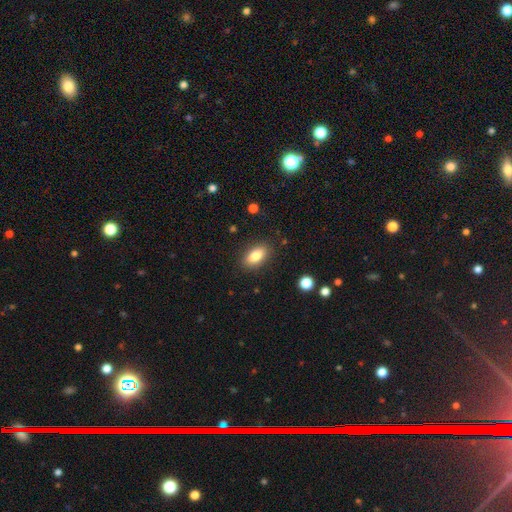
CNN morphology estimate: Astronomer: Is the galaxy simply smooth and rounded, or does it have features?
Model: smooth — 83%.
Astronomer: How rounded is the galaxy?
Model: in between — 88%.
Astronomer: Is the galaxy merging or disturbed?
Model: none — 86%.